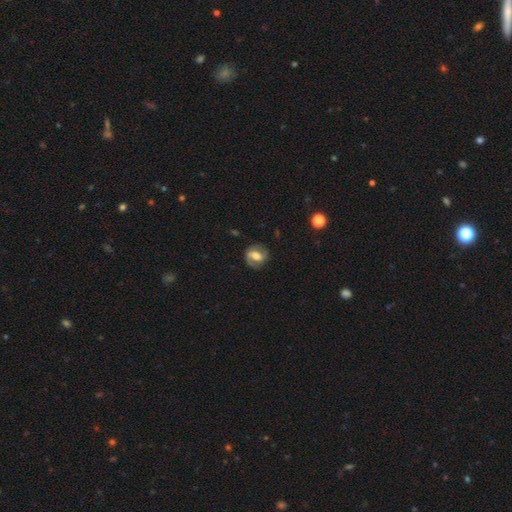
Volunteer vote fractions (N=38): Volunteers were most divided on "bulge size": moderate: 47%, large: 42%, small: 5%, none: 5%, dominant: 0%. More confident: spiral arm count — 2 (100%); edge-on disk — no (95%); merging — none (62%); spiral arms — yes (58%); spiral winding — tight (55%); smooth or featured — featured or disk (53%); bar — strong (53%).